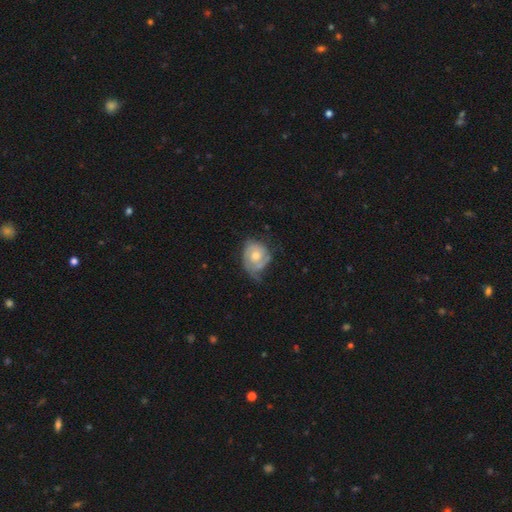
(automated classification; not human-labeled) Smooth or featured? Predicted: featured or disk (p=0.62). Edge-on disk? Predicted: no (p=0.97). Bar? Predicted: no (p=0.80). Spiral arms? Predicted: yes (p=0.77). Bulge size? Predicted: moderate (p=0.66). Merging? Predicted: none (p=0.39).